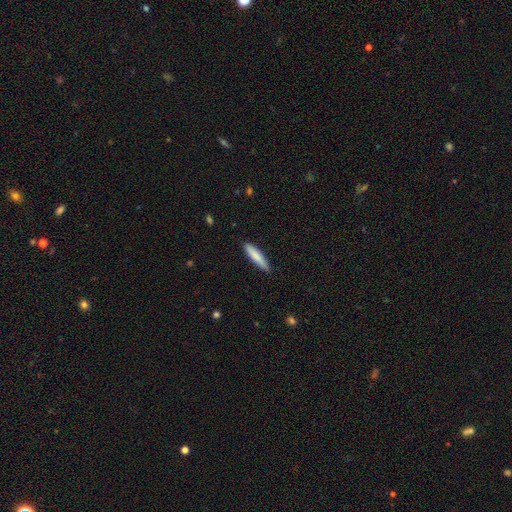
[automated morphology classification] smooth_or_featured: smooth (p=0.81) [alt: featured or disk p=0.13]
how_rounded: cigar-shaped (p=0.86) [alt: in between p=0.13]
merging: none (p=0.87) [alt: minor disturbance p=0.10]